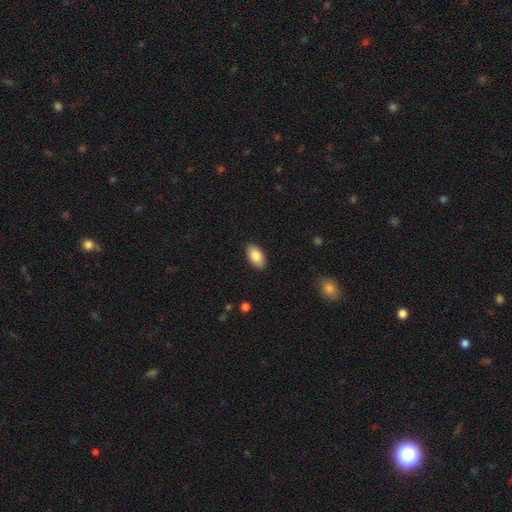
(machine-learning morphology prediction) Q: Smooth or featured?
A: smooth (84%); runner-up: featured or disk (9%)
Q: How rounded?
A: in between (94%); runner-up: round (4%)
Q: Merging?
A: none (88%); runner-up: minor disturbance (9%)